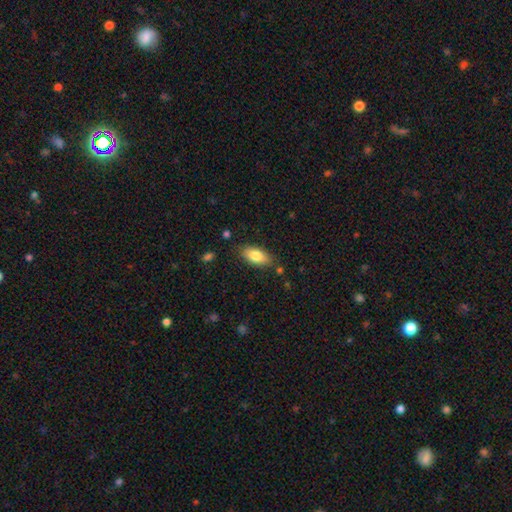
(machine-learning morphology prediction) This appears to be a smooth galaxy with no disk features (81%) that is in between round and cigar-shaped (88%). Merging: none (82%).